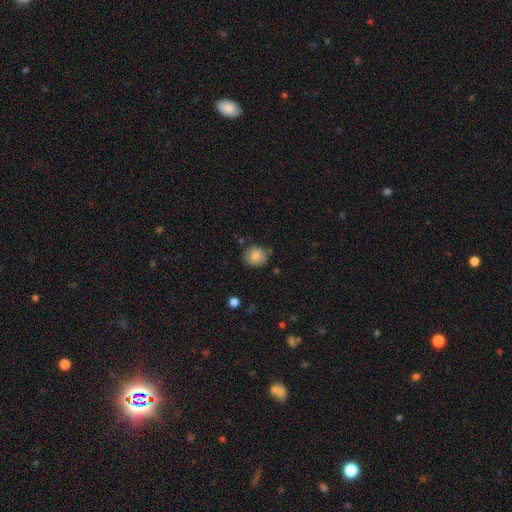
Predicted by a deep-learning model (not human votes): smooth-or-featured: smooth: 82% | featured or disk: 9% | star or artifact: 9%
  how-rounded: round: 82% | in between: 17% | cigar-shaped: 1%
  merging: none: 76% | minor disturbance: 17% | major disturbance: 4% | merger: 3%